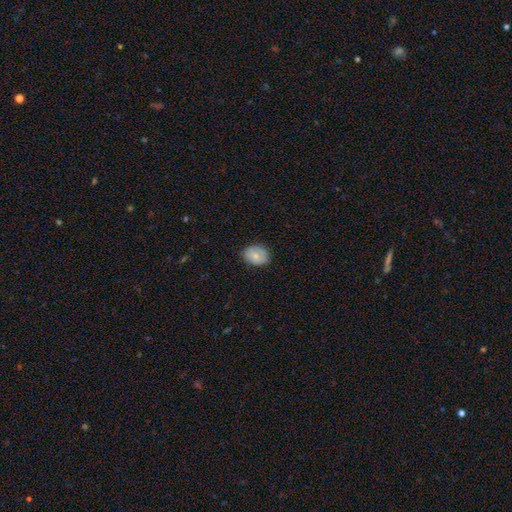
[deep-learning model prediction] A smooth galaxy with no disk features (66%) that is in between round and cigar-shaped (58%). Merging: none (81%).